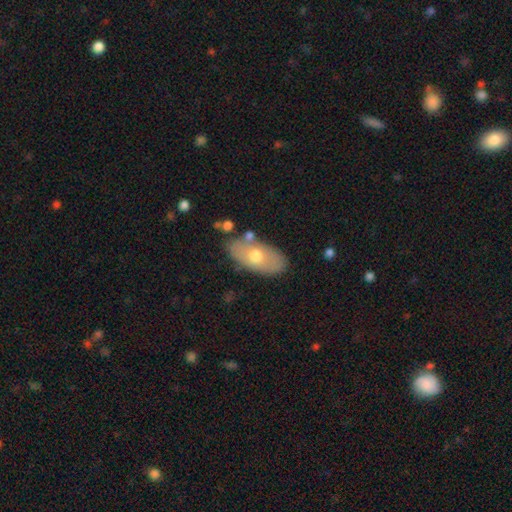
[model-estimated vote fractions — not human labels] Smooth or featured: smooth — 60% (featured or disk — 33%)
How rounded: in between — 91% (cigar-shaped — 5%)
Merging: none — 79% (minor disturbance — 13%)